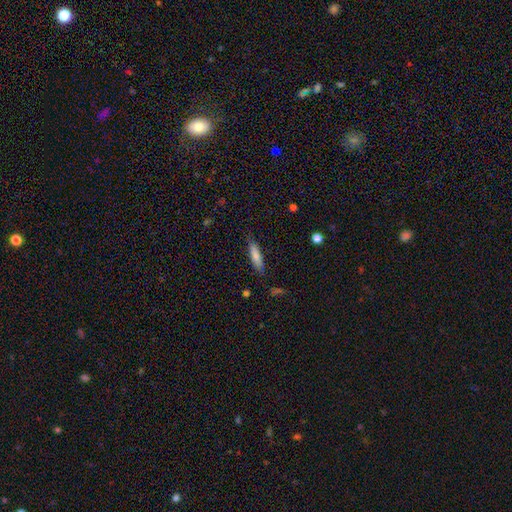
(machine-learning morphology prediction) A smooth galaxy with no disk features (79%) that is cigar-shaped (72%). Merging: none (82%).